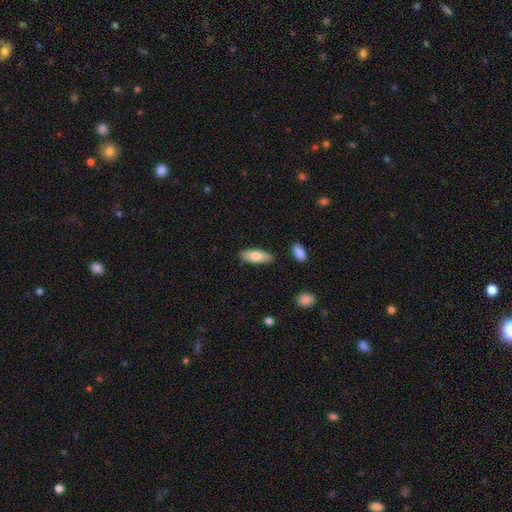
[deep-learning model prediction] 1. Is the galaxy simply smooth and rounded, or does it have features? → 71% smooth, 23% featured or disk, 6% star or artifact.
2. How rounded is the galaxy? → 74% in between, 24% cigar-shaped, 2% round.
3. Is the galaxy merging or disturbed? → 84% none, 12% minor disturbance, 2% major disturbance, 2% merger.